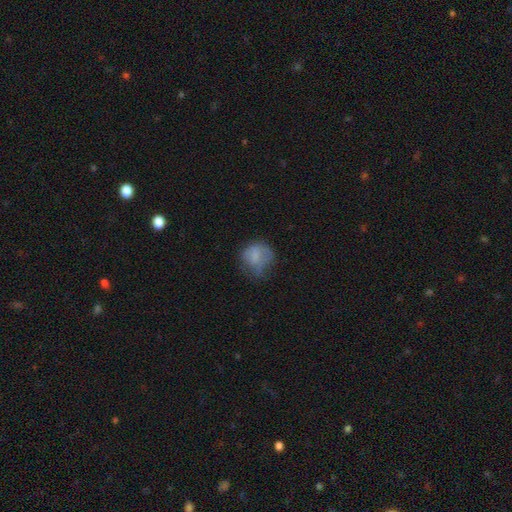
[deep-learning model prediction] smooth-or-featured: smooth: 69% | featured or disk: 20% | star or artifact: 11%
  how-rounded: round: 65% | in between: 34% | cigar-shaped: 1%
  merging: none: 38% | minor disturbance: 32% | major disturbance: 27% | merger: 3%